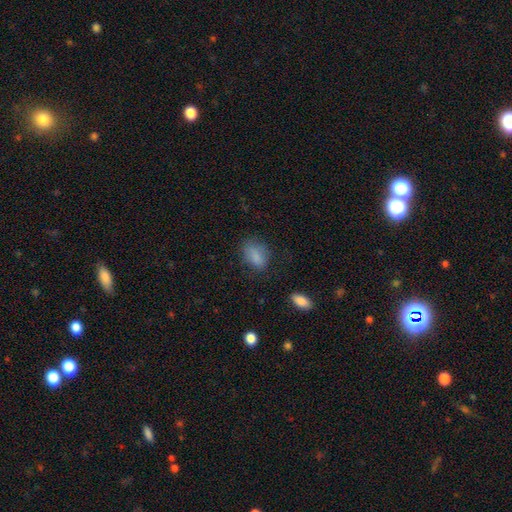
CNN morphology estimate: This is clearly a smooth galaxy (82%). How rounded: likely in between (78%). Merging: likely none (66%).